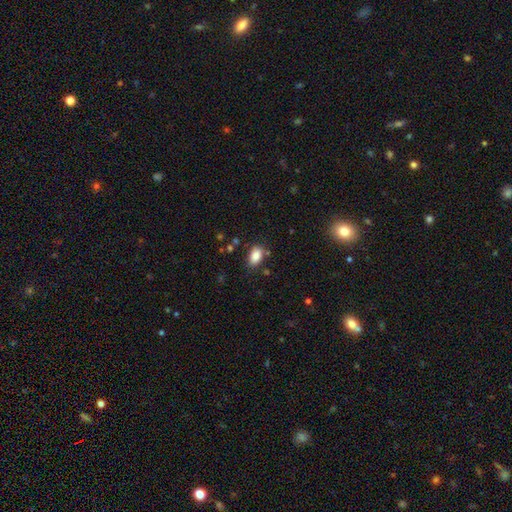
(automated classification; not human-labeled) smooth 86%, star or artifact 8%, featured or disk 5%. Down the decision tree: how rounded — in between (90%); merging — none (80%).